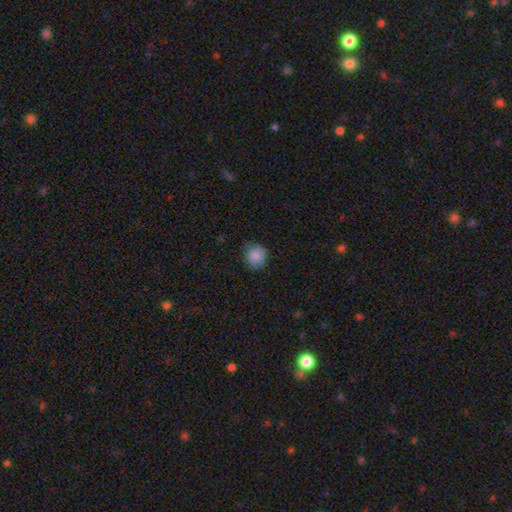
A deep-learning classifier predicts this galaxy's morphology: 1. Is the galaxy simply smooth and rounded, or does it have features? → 82% smooth, 10% featured or disk, 8% star or artifact.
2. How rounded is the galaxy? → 78% round, 21% in between, 1% cigar-shaped.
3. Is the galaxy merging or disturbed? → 63% none, 28% minor disturbance, 8% major disturbance, 1% merger.